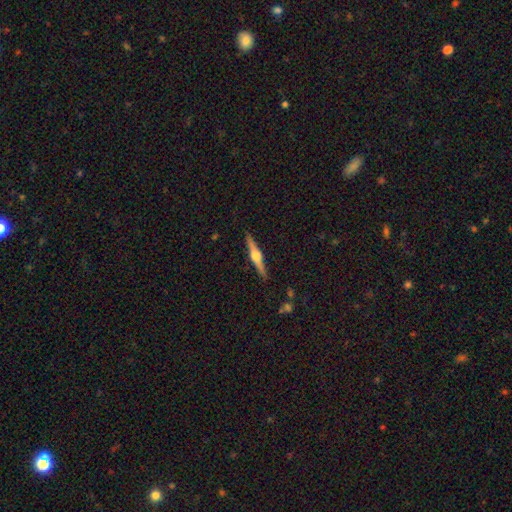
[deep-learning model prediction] A featured or disk galaxy (77%) viewed edge-on (98%) with a rounded central bulge (93%).

Vote fractions:
- Smooth or featured? featured or disk: 77% / smooth: 17% / star or artifact: 6%
- Edge-on disk? yes: 98% / no: 2%
- Edge-on bulge? rounded: 93% / boxy: 5% / none: 2%
- Merging? none: 91% / minor disturbance: 7% / major disturbance: 1% / merger: 1%